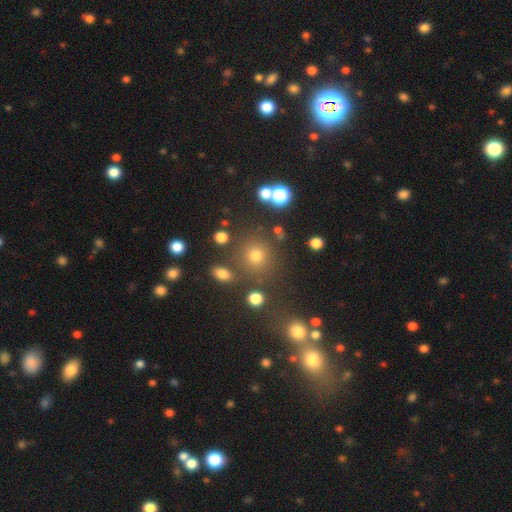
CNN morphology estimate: Smooth or featured?
  - smooth: 67% *
  - star or artifact: 24%
  - featured or disk: 9%
How rounded?
  - round: 91% *
  - in between: 8%
  - cigar-shaped: 1%
Merging?
  - none: 79% *
  - minor disturbance: 9%
  - merger: 8%
  - major disturbance: 4%